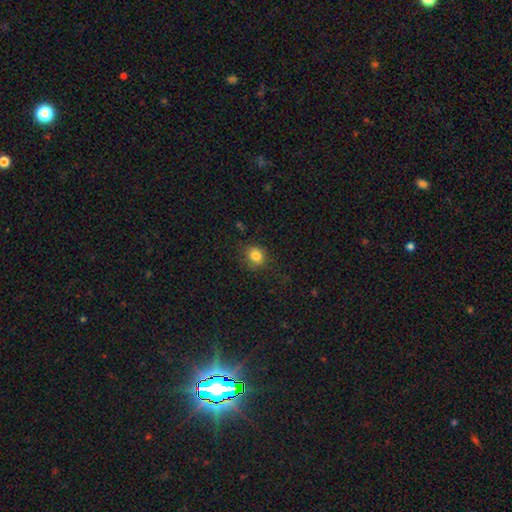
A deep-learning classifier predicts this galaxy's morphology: type=smooth (83%); roundness=round (73%); merging=none (79%).